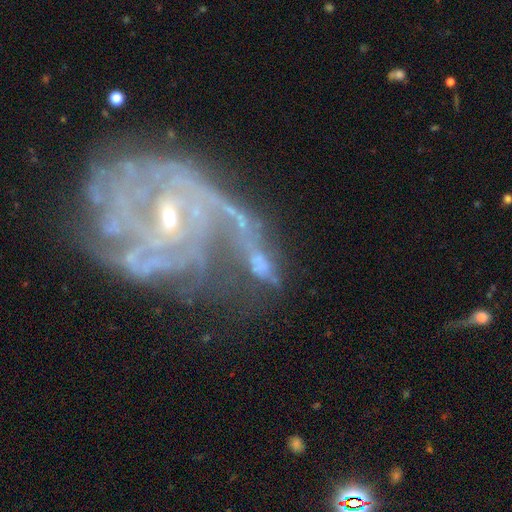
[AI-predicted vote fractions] Smooth or featured?
  - featured or disk: 85% *
  - star or artifact: 9%
  - smooth: 7%
Edge-on disk?
  - no: 97% *
  - yes: 3%
Bar?
  - no: 43% * (tied)
  - weak: 43% * (tied)
  - strong: 15%
Spiral arms?
  - yes: 89% *
  - no: 11%
Spiral winding?
  - tight: 44% *
  - medium: 35%
  - loose: 20%
Spiral arm count?
  - can't tell: 33% *
  - 2: 22%
  - 3: 17%
  - 4: 11%
  - 1: 9%
  - more than 4: 8%
Bulge size?
  - small: 73% *
  - moderate: 21%
  - none: 3%
  - large: 1%
  - dominant: 1%
Merging?
  - none: 35% *
  - major disturbance: 31%
  - minor disturbance: 21%
  - merger: 13%